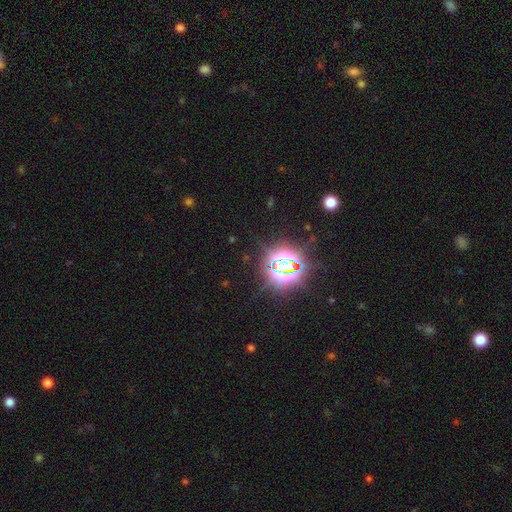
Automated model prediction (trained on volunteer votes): A star or artifact, not a galaxy (85%).